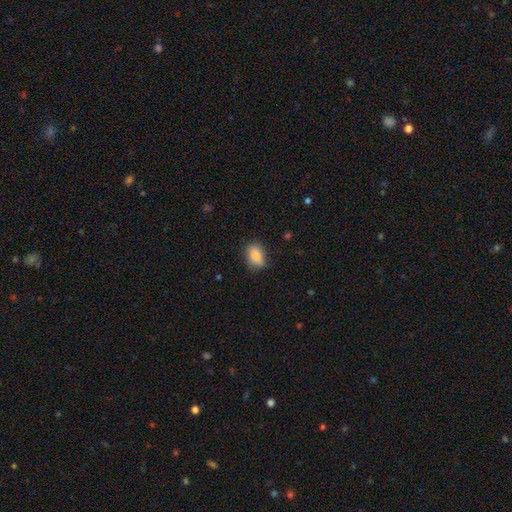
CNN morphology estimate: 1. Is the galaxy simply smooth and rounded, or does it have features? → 87% smooth, 7% star or artifact, 6% featured or disk.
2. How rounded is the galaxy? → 83% in between, 15% round, 2% cigar-shaped.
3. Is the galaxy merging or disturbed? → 78% none, 18% minor disturbance, 4% major disturbance, 1% merger.